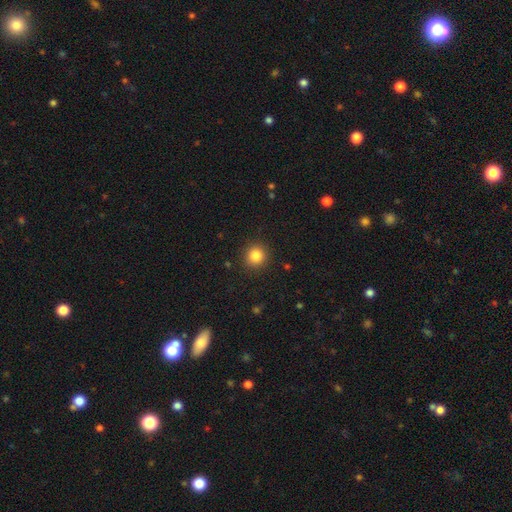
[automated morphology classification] smooth_or_featured: smooth (p=0.85) [alt: star or artifact p=0.11]
how_rounded: round (p=0.93) [alt: in between p=0.06]
merging: none (p=0.90) [alt: minor disturbance p=0.06]